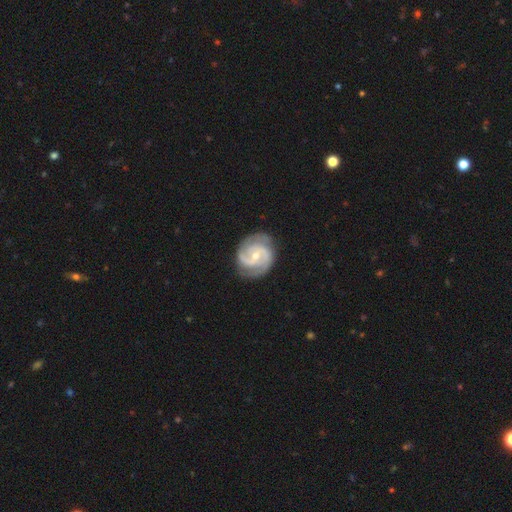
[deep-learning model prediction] featured or disk 90%, smooth 6%, star or artifact 4%. Down the decision tree: edge-on disk — no (98%); bar — weak (46%); spiral arms — yes (98%); spiral arm count — 2 (74%); spiral winding — medium (48%); bulge size — small (53%); merging — none (79%).